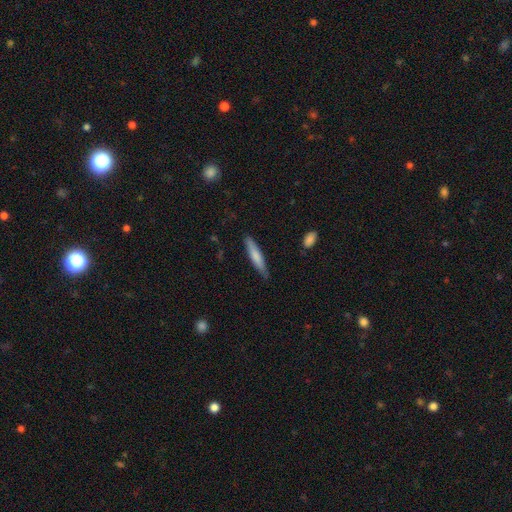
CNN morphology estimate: smooth-or-featured: smooth: 73% | featured or disk: 22% | star or artifact: 5%
  how-rounded: cigar-shaped: 88% | in between: 11% | round: 1%
  merging: none: 81% | minor disturbance: 15% | major disturbance: 2% | merger: 2%